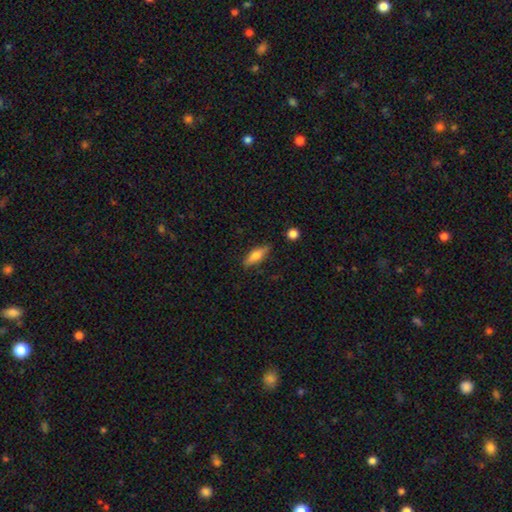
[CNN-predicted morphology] Q: Smooth or featured?
A: smooth (63%); runner-up: featured or disk (30%)
Q: How rounded?
A: in between (51%); runner-up: cigar-shaped (46%)
Q: Merging?
A: none (83%); runner-up: minor disturbance (13%)